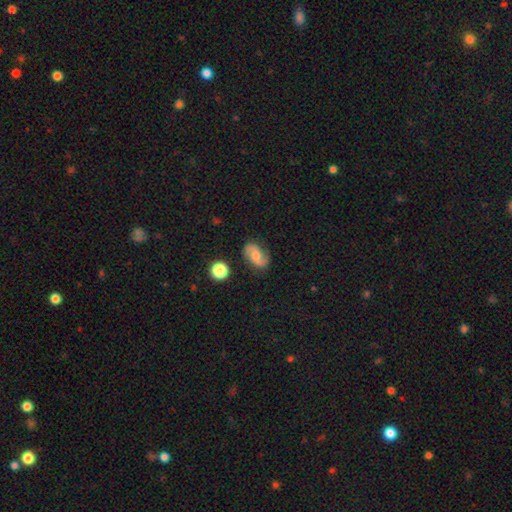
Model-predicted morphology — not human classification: Smooth or featured? featured or disk (78%)
Edge-on disk? no (98%)
Bar? no (54%)
Spiral arms? yes (96%)
Spiral winding? medium (46%)
Spiral arm count? 2 (92%)
Bulge size? moderate (54%)
Merging? none (80%)